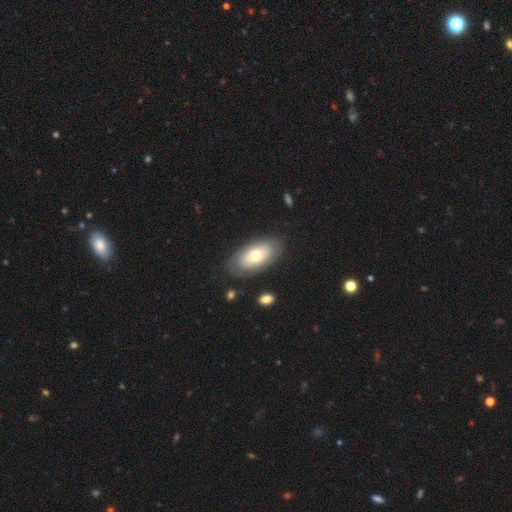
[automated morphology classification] A smooth galaxy with no disk features (60%) that is in between round and cigar-shaped (93%).

Vote fractions:
- Smooth or featured? smooth: 60% / featured or disk: 34% / star or artifact: 6%
- How rounded? in between: 93% / round: 4% / cigar-shaped: 3%
- Merging? none: 82% / minor disturbance: 12% / major disturbance: 4% / merger: 2%